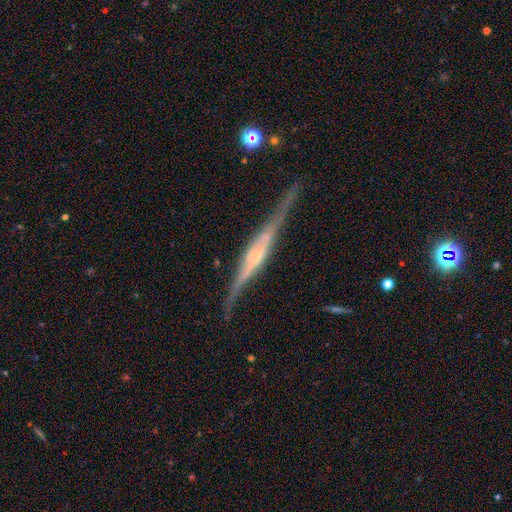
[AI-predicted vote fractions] smooth-or-featured: featured or disk: 84% | smooth: 10% | star or artifact: 6%
  disk-edge-on: yes: 97% | no: 3%
    edge-on-bulge: boxy: 48% | rounded: 37% | none: 15%
  merging: none: 79% | minor disturbance: 14% | major disturbance: 4% | merger: 2%